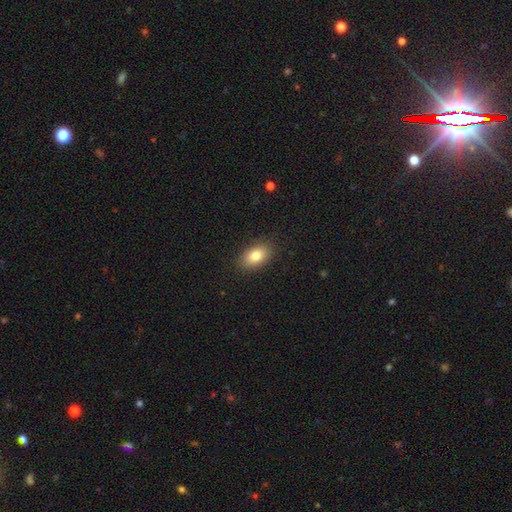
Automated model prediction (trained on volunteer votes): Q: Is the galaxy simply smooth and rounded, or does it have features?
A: smooth — 81%.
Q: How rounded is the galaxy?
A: in between — 89%.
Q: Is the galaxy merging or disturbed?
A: none — 88%.